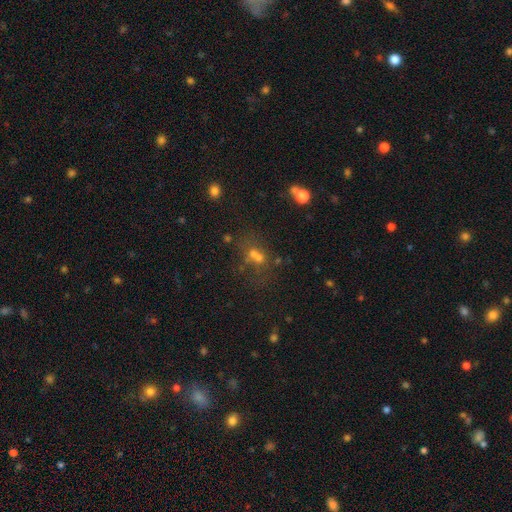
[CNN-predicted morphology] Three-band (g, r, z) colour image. It shows a smooth galaxy with no disk features (47%). Merging: merger (43%).